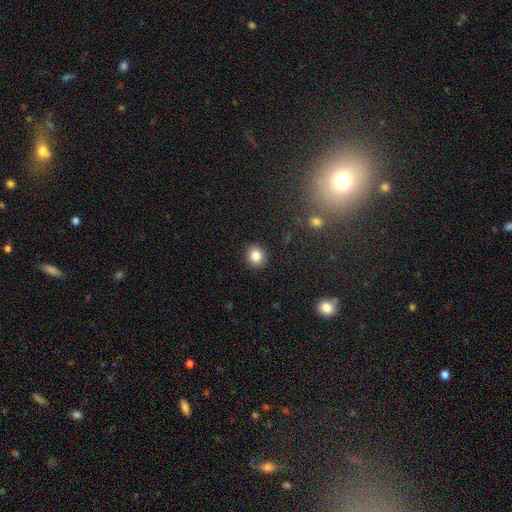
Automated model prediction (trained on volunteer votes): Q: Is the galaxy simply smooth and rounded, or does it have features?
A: smooth — 84%.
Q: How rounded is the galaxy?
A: round — 81%.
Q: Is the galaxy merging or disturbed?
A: none — 91%.